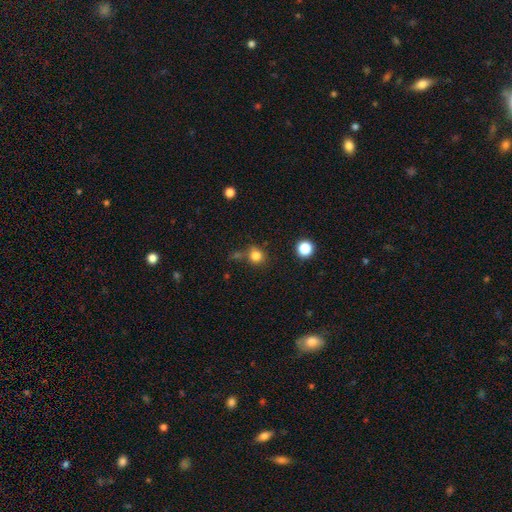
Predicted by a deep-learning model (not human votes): A smooth galaxy with no disk features (81%) that is round (88%). Merging: none (70%).